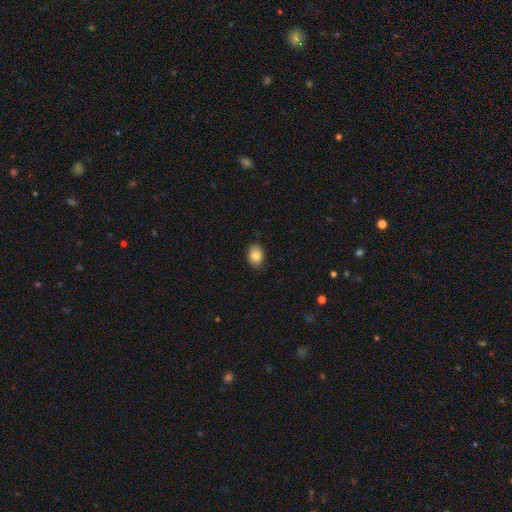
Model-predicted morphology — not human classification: Smooth or featured? smooth (85%)
How rounded? in between (72%)
Merging? none (84%)